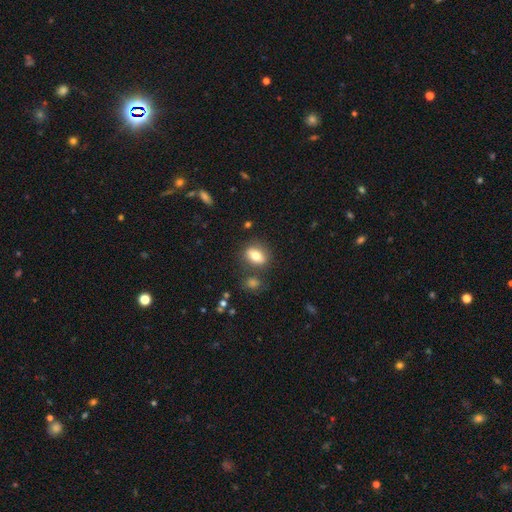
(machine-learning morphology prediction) smooth_or_featured: smooth (p=0.75) [alt: featured or disk p=0.16]
how_rounded: in between (p=0.74) [alt: round p=0.23]
merging: none (p=0.76) [alt: minor disturbance p=0.12]